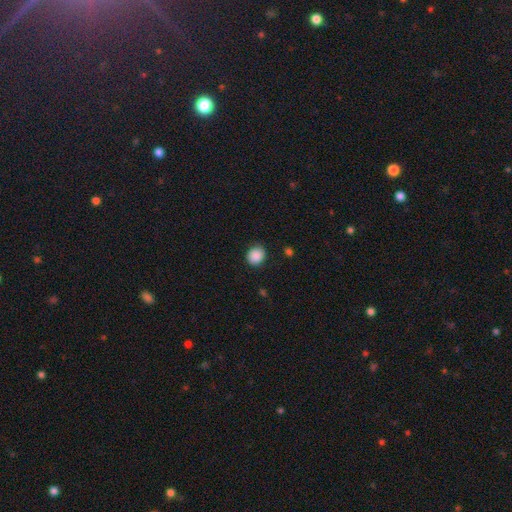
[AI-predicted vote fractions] Q: Smooth or featured?
A: smooth (89%); runner-up: star or artifact (8%)
Q: How rounded?
A: round (74%); runner-up: in between (26%)
Q: Merging?
A: none (87%); runner-up: minor disturbance (9%)